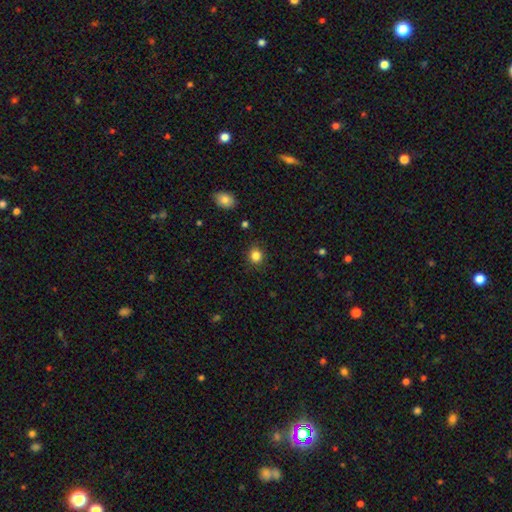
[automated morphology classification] A smooth galaxy with no disk features (85%) that is round (81%).

Vote fractions:
- Smooth or featured? smooth: 85% / star or artifact: 11% / featured or disk: 4%
- How rounded? round: 81% / in between: 18% / cigar-shaped: 1%
- Merging? none: 89% / minor disturbance: 7% / major disturbance: 2% / merger: 1%